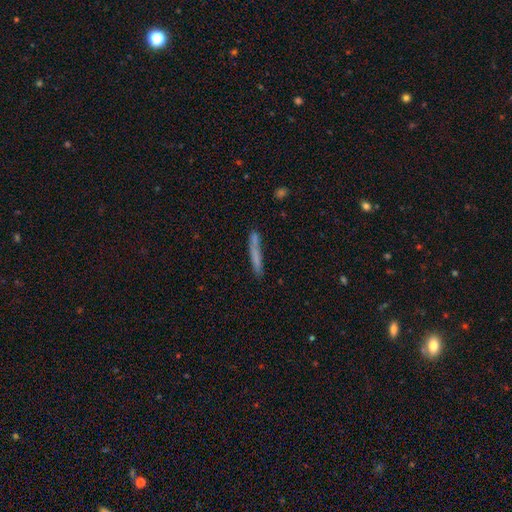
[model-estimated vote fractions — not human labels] Smooth or featured?
  - smooth: 70% *
  - featured or disk: 22%
  - star or artifact: 8%
How rounded?
  - cigar-shaped: 95% *
  - in between: 4%
  - round: 1%
Merging?
  - none: 74% *
  - minor disturbance: 15%
  - merger: 6%
  - major disturbance: 4%